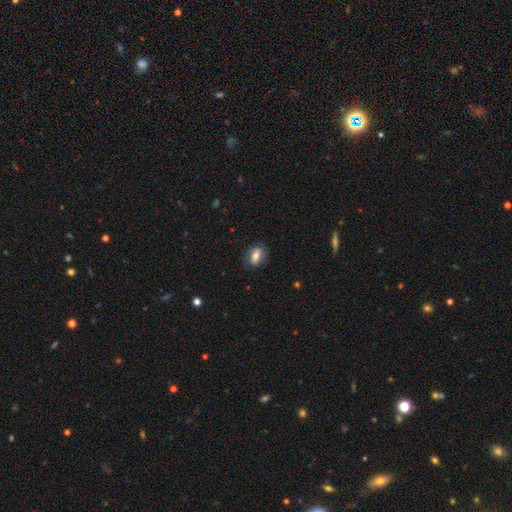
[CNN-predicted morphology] This appears to be a smooth galaxy with no disk features (64%) that is in between round and cigar-shaped (78%). Merging: none (79%).